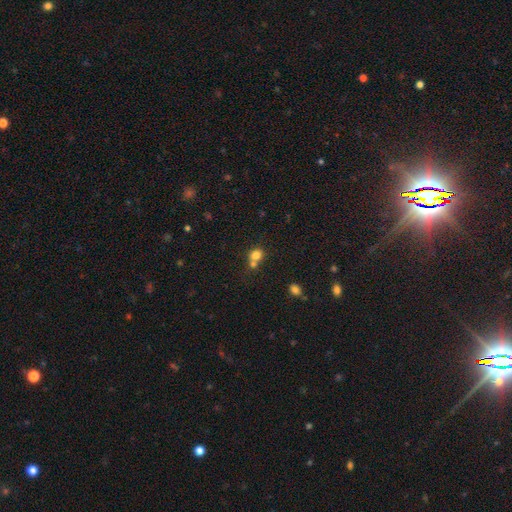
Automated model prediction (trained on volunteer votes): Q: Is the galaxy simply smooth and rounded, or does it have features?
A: smooth — 78%.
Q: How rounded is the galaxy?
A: round — 75%.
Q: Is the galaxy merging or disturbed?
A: none — 44%, tied with merger.